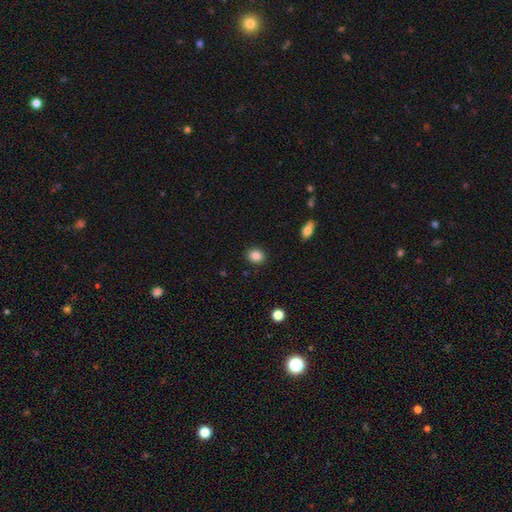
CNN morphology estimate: Smooth or featured?
  - smooth: 87% *
  - star or artifact: 10%
  - featured or disk: 3%
How rounded?
  - round: 60% *
  - in between: 39%
  - cigar-shaped: 1%
Merging?
  - none: 90% *
  - minor disturbance: 7%
  - major disturbance: 2%
  - merger: 1%